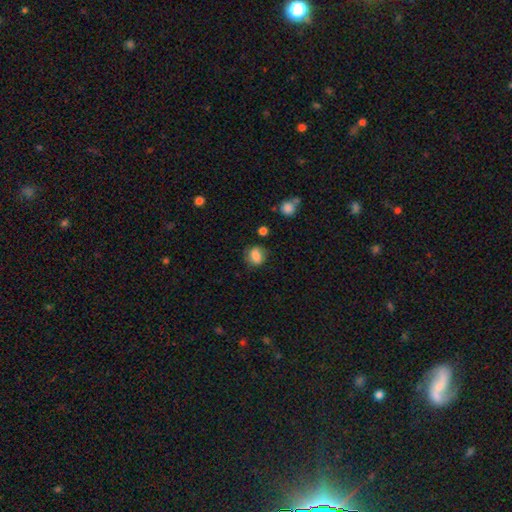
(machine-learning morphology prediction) Smooth or featured? Predicted: smooth (p=0.79). How rounded? Predicted: round (p=0.57). Merging? Predicted: none (p=0.71).